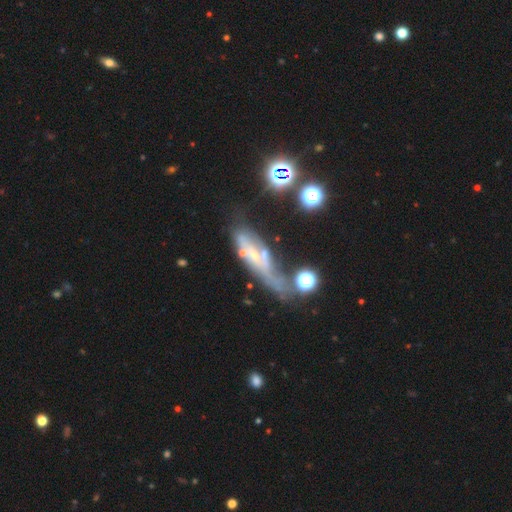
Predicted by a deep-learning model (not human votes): Smooth or featured?
  - featured or disk: 61% *
  - smooth: 24%
  - star or artifact: 15%
Edge-on disk?
  - no: 67% *
  - yes: 33%
Merging?
  - none: 33% *
  - major disturbance: 28%
  - minor disturbance: 24%
  - merger: 15%